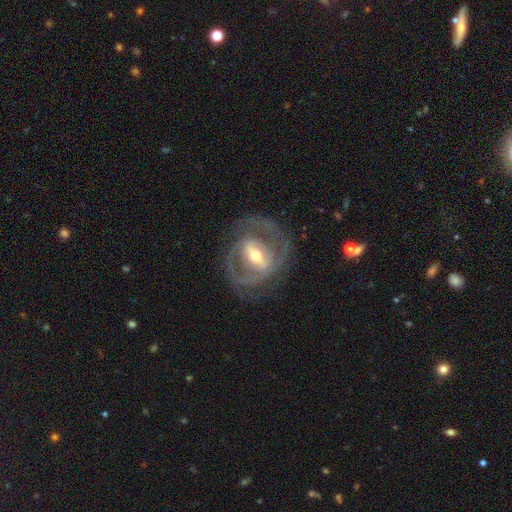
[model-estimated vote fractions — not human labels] smooth-or-featured: featured or disk: 86% | smooth: 10% | star or artifact: 5%
  disk-edge-on: no: 95% | yes: 5%
    bar: strong: 55% | weak: 33% | no: 12%
    has-spiral-arms: yes: 81% | no: 19%
      spiral-winding: medium: 46% | tight: 38% | loose: 16%
      spiral-arm-count: 2: 70% | can't tell: 14% | 3: 7% | 1: 5% | 4: 2% | more than 4: 2%
    bulge-size: moderate: 64% | small: 29% | large: 6% | dominant: 1% | none: 1%
  merging: none: 69% | minor disturbance: 16% | major disturbance: 14% | merger: 1%